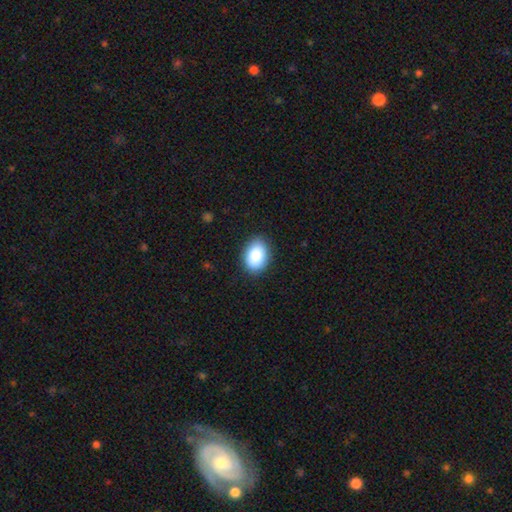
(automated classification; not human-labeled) Smooth or featured: smooth — 88% (star or artifact — 7%)
How rounded: in between — 82% (round — 17%)
Merging: none — 87% (minor disturbance — 10%)